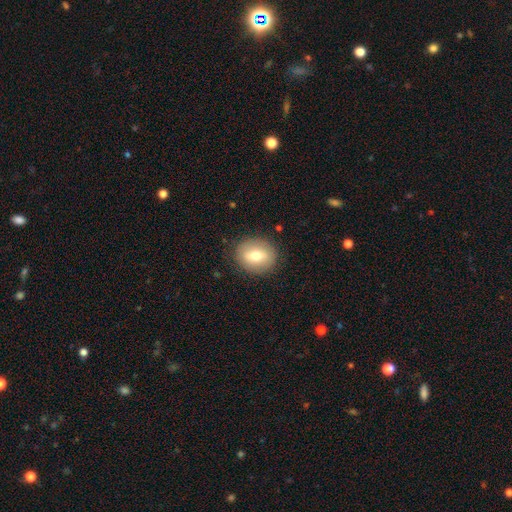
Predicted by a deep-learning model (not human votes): The model was most divided on "how rounded": round: 65%, in between: 33%, cigar-shaped: 1%. More confident: merging — none (86%); smooth or featured — smooth (68%).